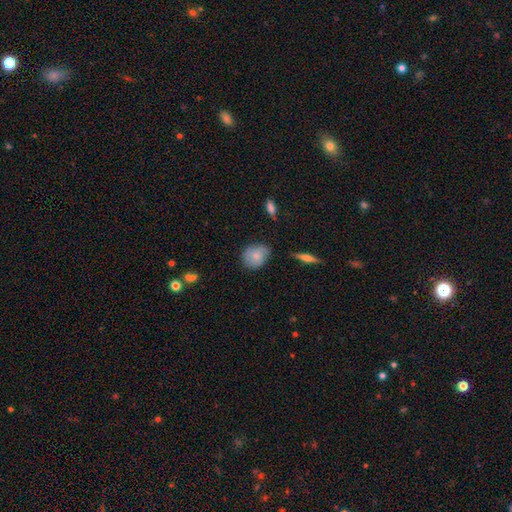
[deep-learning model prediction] A smooth galaxy with no disk features (72%) that is round (51%). Merging: none (72%).